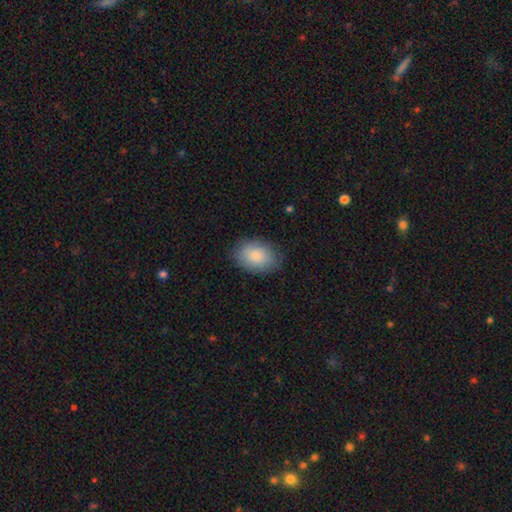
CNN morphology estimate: Smooth or featured: smooth — 87% (star or artifact — 6%)
How rounded: in between — 85% (round — 13%)
Merging: none — 84% (minor disturbance — 12%)